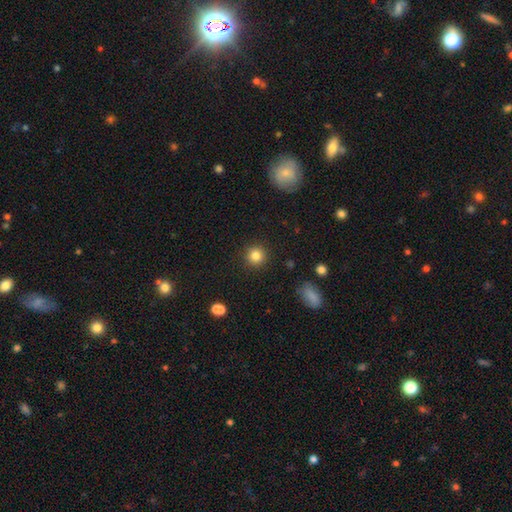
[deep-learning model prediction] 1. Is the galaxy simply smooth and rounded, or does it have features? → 84% smooth, 11% star or artifact, 5% featured or disk.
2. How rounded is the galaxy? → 94% round, 5% in between, 1% cigar-shaped.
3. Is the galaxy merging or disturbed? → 91% none, 5% minor disturbance, 2% major disturbance, 1% merger.